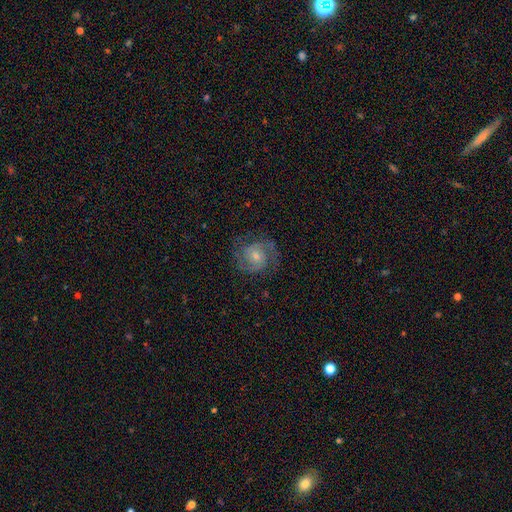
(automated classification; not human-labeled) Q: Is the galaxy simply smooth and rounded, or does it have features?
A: featured or disk — 81%.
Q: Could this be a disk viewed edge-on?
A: no — 98%.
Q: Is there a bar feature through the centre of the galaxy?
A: no — 65%.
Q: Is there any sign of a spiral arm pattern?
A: yes — 96%.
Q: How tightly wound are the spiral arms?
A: tight — 48%.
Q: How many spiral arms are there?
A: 2 — 83%.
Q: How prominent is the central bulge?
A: small — 51%.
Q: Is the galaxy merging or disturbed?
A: none — 80%.